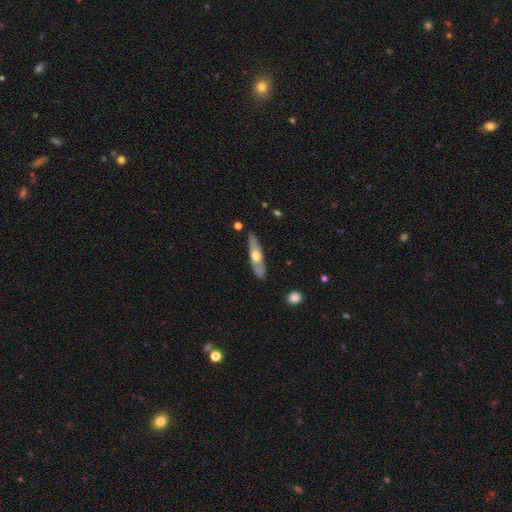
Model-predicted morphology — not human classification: A featured or disk galaxy (56%) viewed edge-on (66%). Merging: none (80%).